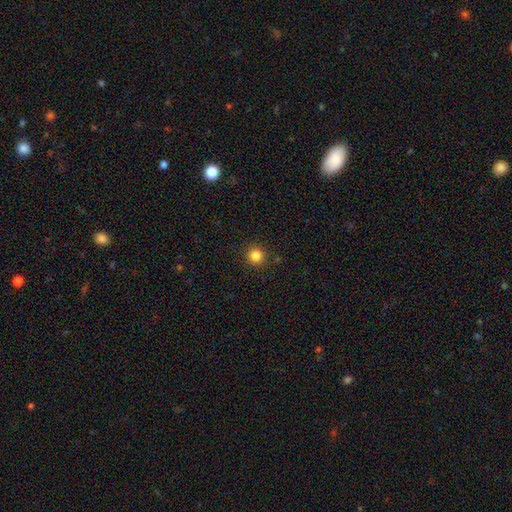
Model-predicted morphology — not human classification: Q: Smooth or featured?
A: smooth (84%); runner-up: star or artifact (12%)
Q: How rounded?
A: round (94%); runner-up: in between (5%)
Q: Merging?
A: none (91%); runner-up: minor disturbance (6%)